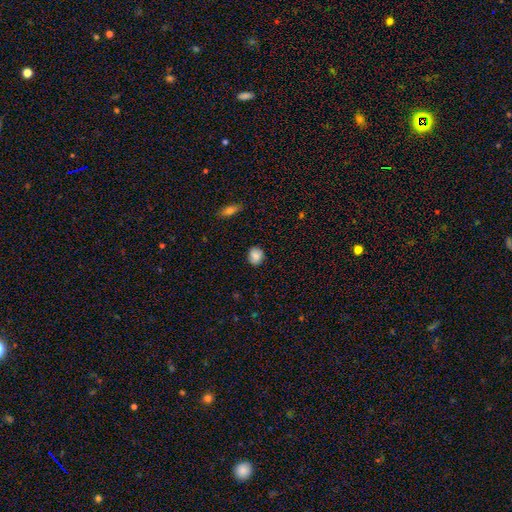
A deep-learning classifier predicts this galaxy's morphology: A smooth galaxy with no disk features (84%) that is round (78%).

Vote fractions:
- Smooth or featured? smooth: 84% / star or artifact: 9% / featured or disk: 8%
- How rounded? round: 78% / in between: 21% / cigar-shaped: 1%
- Merging? none: 85% / minor disturbance: 12% / major disturbance: 2% / merger: 1%